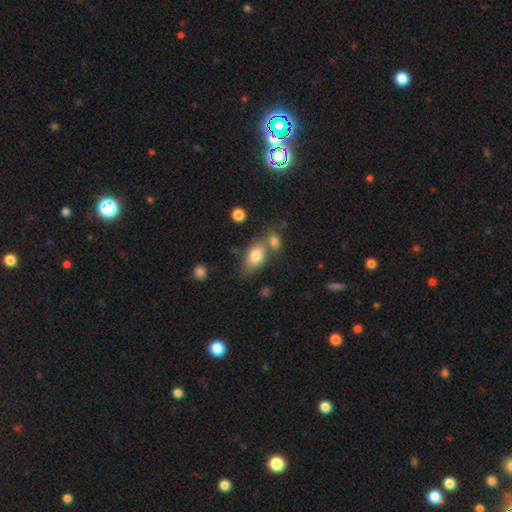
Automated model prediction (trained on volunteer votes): Q: Smooth or featured?
A: smooth (78%); runner-up: featured or disk (14%)
Q: How rounded?
A: in between (85%); runner-up: round (11%)
Q: Merging?
A: none (50%); runner-up: merger (30%)